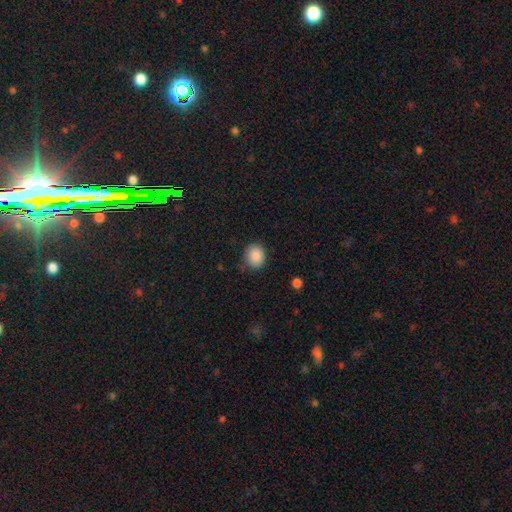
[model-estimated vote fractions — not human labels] A smooth galaxy with no disk features (88%) that is round (67%). Merging: none (80%).